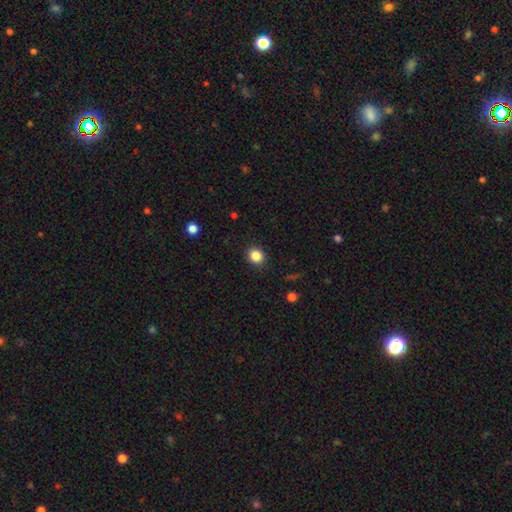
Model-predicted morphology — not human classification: The model was most divided on "how rounded": round: 83%, in between: 16%, cigar-shaped: 1%. More confident: merging — none (90%); smooth or featured — smooth (85%).